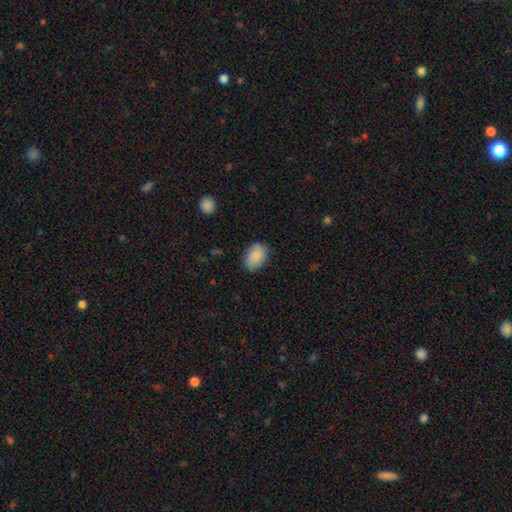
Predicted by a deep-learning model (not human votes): Smooth or featured?
  - smooth: 84% *
  - featured or disk: 9%
  - star or artifact: 7%
How rounded?
  - in between: 83% *
  - round: 16%
  - cigar-shaped: 1%
Merging?
  - none: 77% *
  - minor disturbance: 18%
  - major disturbance: 4%
  - merger: 1%